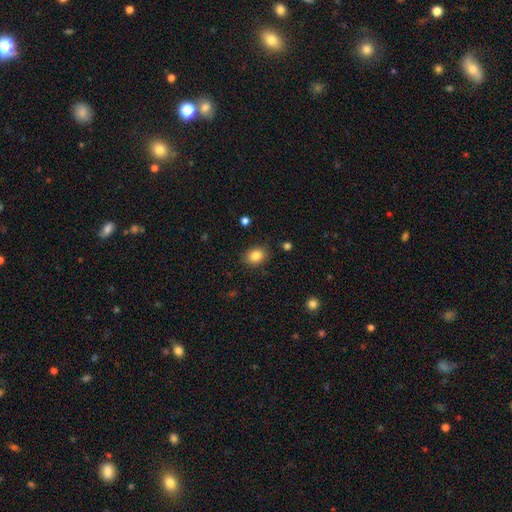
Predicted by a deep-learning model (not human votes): smooth_or_featured: smooth (p=0.85) [alt: star or artifact p=0.09]
how_rounded: in between (p=0.55) [alt: round p=0.44]
merging: none (p=0.86) [alt: minor disturbance p=0.10]